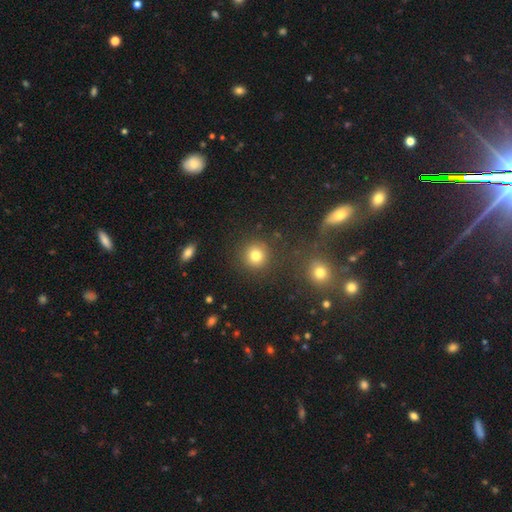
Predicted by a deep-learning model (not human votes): smooth_or_featured: smooth (p=0.80) [alt: star or artifact p=0.13]
how_rounded: round (p=0.93) [alt: in between p=0.06]
merging: none (p=0.86) [alt: minor disturbance p=0.07]